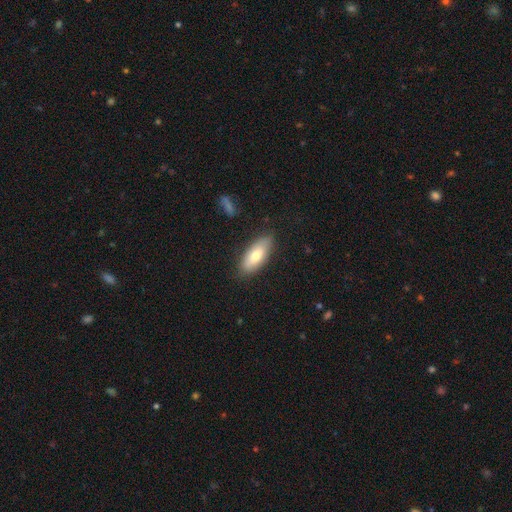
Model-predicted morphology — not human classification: This is likely a smooth galaxy (72%). How rounded: clearly in between (80%). Merging: clearly none (83%).